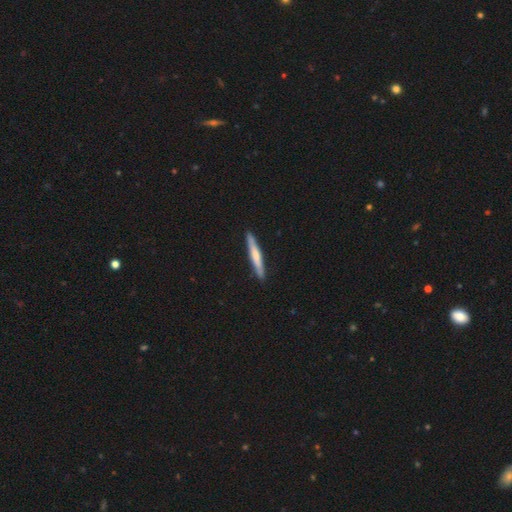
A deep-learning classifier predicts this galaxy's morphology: smooth 56%, featured or disk 39%, star or artifact 5%. Down the decision tree: how rounded — cigar-shaped (95%); merging — none (90%).